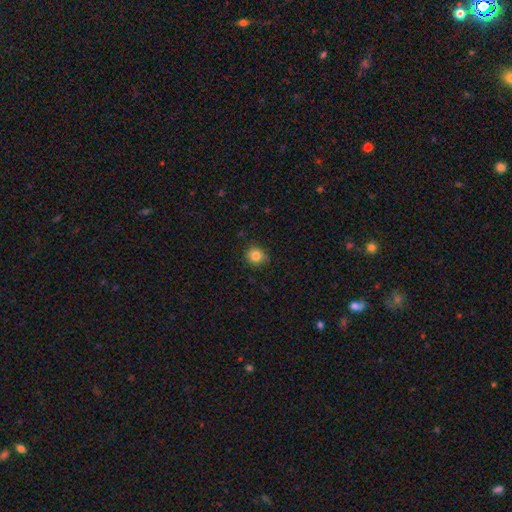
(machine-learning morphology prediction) type=smooth (84%); roundness=round (80%); merging=none (81%).